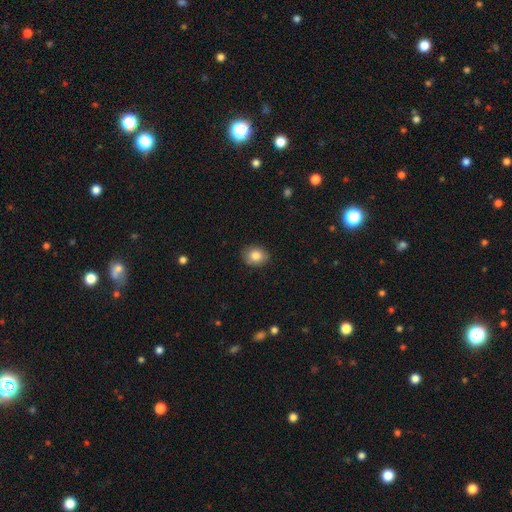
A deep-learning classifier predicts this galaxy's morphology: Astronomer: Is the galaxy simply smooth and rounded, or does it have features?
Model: smooth — 84%.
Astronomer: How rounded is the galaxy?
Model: round — 52% (runner-up: in between, 47%).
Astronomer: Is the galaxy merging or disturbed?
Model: none — 86%.